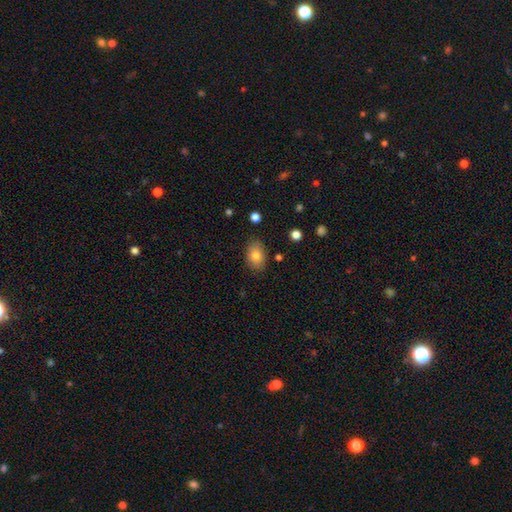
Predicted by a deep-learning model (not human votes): Smooth or featured? Predicted: smooth (p=0.81). How rounded? Predicted: in between (p=0.80). Merging? Predicted: none (p=0.83).